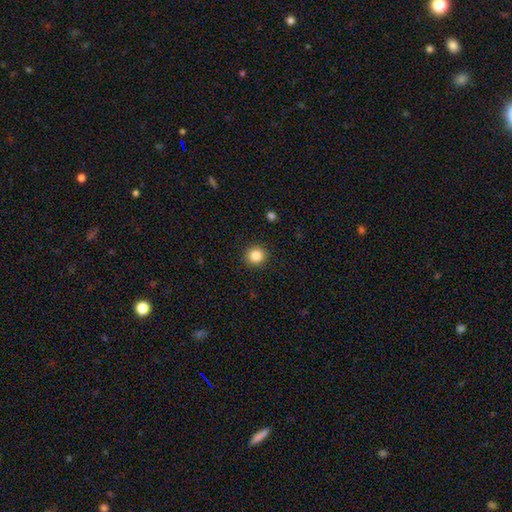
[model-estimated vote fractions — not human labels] Overall: smooth (85%). How rounded: round (92%). Merging: none (92%).